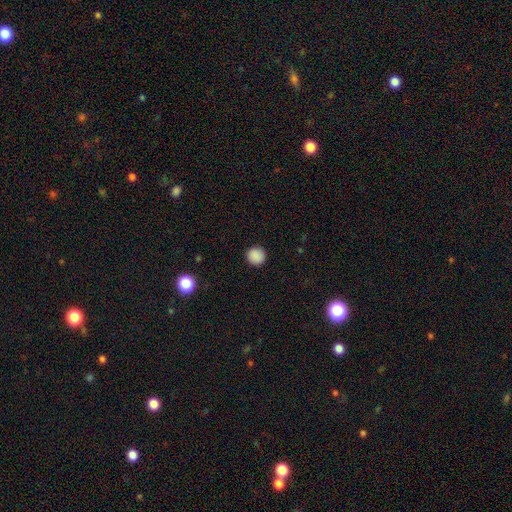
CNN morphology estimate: smooth-or-featured: smooth: 88% | star or artifact: 9% | featured or disk: 3%
  how-rounded: round: 95% | in between: 4% | cigar-shaped: 1%
  merging: none: 92% | minor disturbance: 5% | major disturbance: 2% | merger: 1%